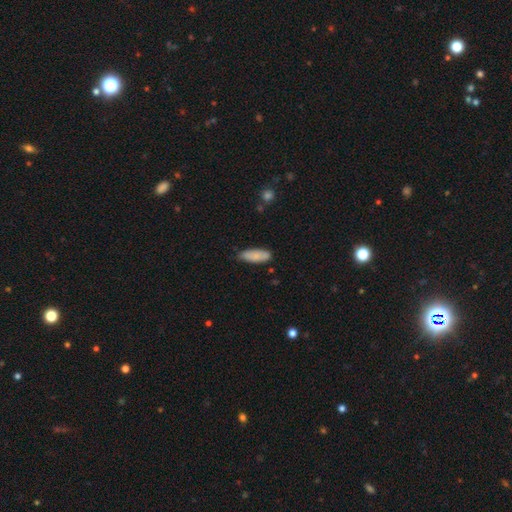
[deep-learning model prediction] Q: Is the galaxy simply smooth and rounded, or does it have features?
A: smooth — 85%.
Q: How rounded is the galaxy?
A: in between — 70%.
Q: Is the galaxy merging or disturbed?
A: none — 74%.